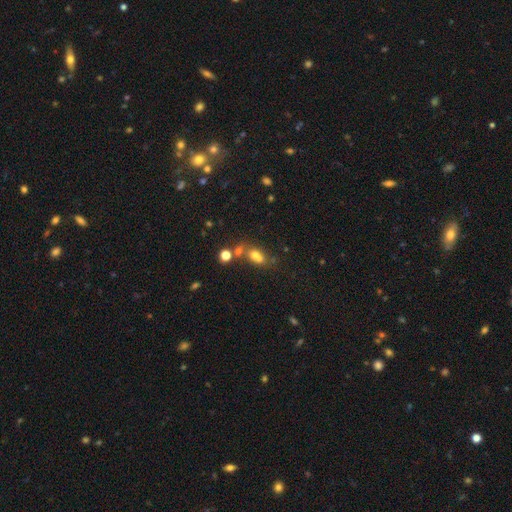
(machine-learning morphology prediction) This appears to be a smooth galaxy with no disk features (64%) that is in between round and cigar-shaped (55%). Merging: merger (47%).